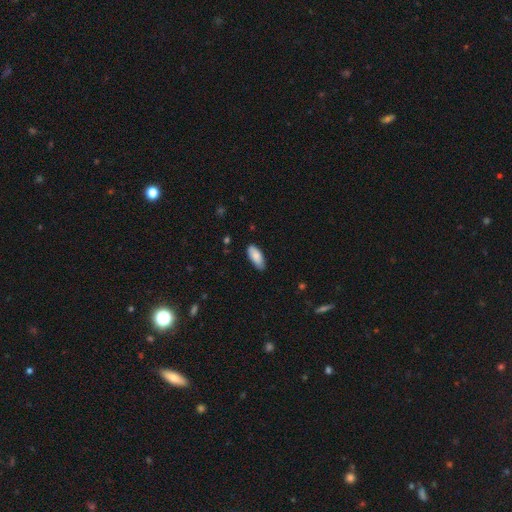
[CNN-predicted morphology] smooth-or-featured: smooth: 85% | featured or disk: 9% | star or artifact: 6%
  how-rounded: in between: 83% | cigar-shaped: 15% | round: 2%
  merging: none: 81% | minor disturbance: 16% | major disturbance: 2% | merger: 1%